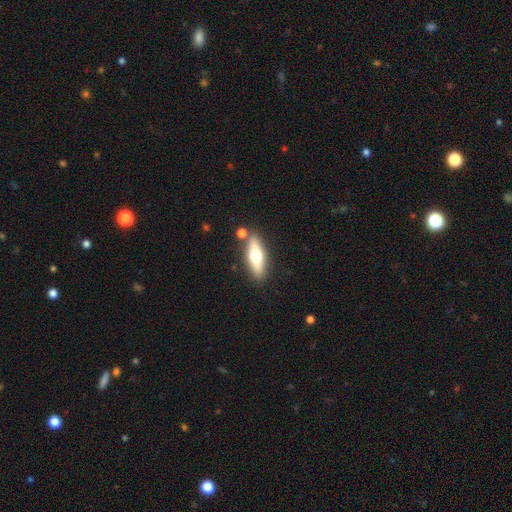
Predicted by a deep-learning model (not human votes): smooth_or_featured: smooth (p=0.49) [alt: featured or disk p=0.44]
merging: none (p=0.79) [alt: minor disturbance p=0.10]